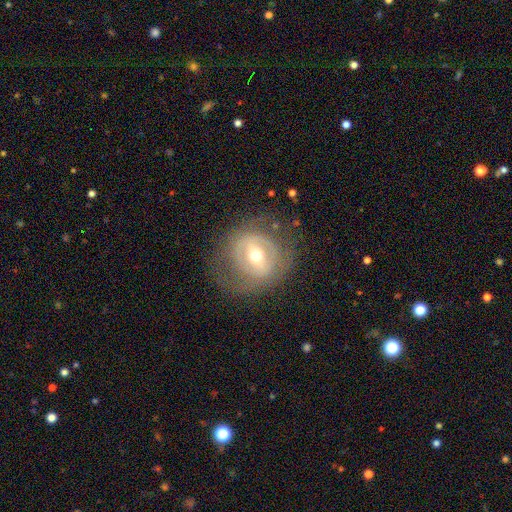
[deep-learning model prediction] This is likely a featured or disk galaxy (65%). It is clearly not viewed edge-on (95%). Bar: marginally weak (39%). Spiral arm pattern: possibly no (60%). Central bulge: likely moderate (63%). Merging: likely none (66%).